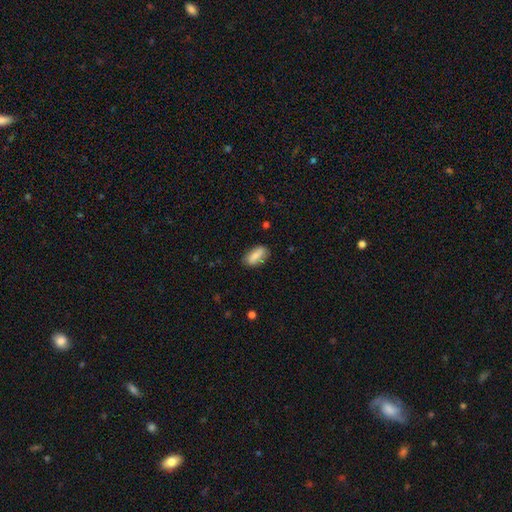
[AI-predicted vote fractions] Q: Smooth or featured?
A: smooth (72%); runner-up: featured or disk (21%)
Q: How rounded?
A: in between (85%); runner-up: cigar-shaped (11%)
Q: Merging?
A: none (81%); runner-up: minor disturbance (15%)